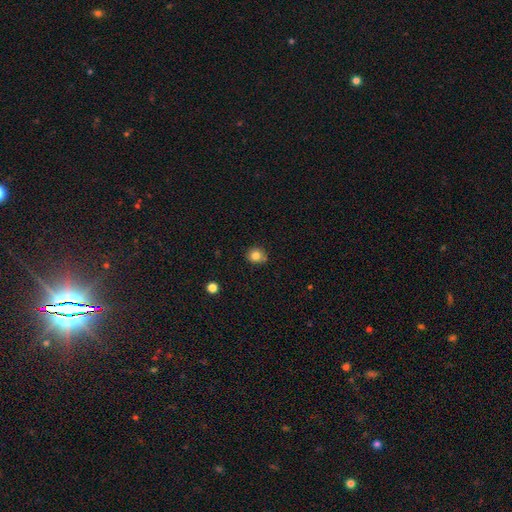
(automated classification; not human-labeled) Morphology: type=smooth (81%); roundness=round (86%); merging=none (75%).